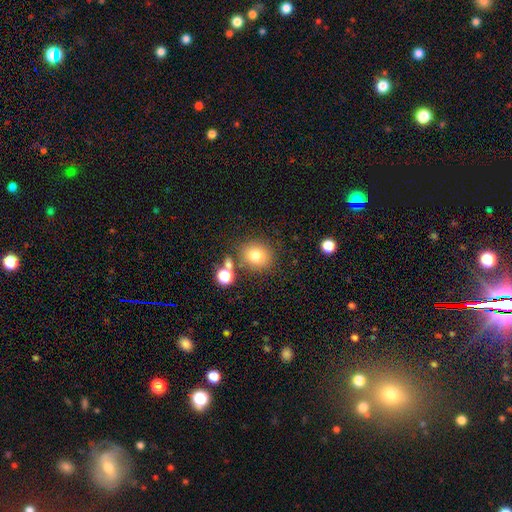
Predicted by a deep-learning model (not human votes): Smooth or featured? smooth (77%)
How rounded? round (77%)
Merging? none (77%)